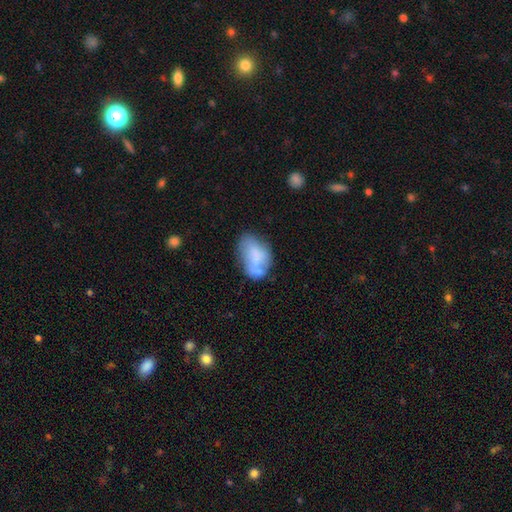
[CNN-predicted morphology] A smooth galaxy with no disk features (63%) that is in between round and cigar-shaped (90%). Merging: none (39%).